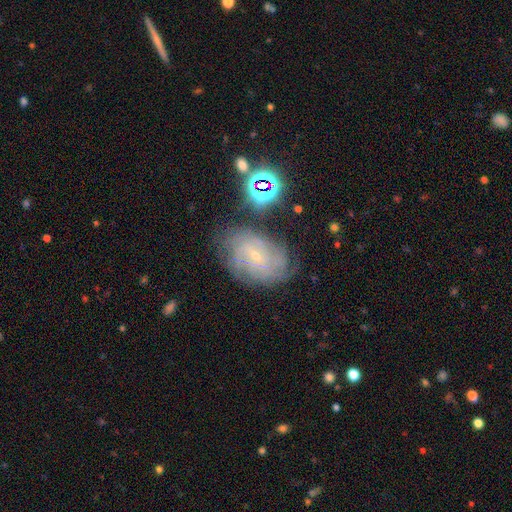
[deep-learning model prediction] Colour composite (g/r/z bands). It shows a featured or disk galaxy (74%) with no bar (58%), tight (65%) spiral arms (91%) and a small central bulge (83%). Merging: none (68%).